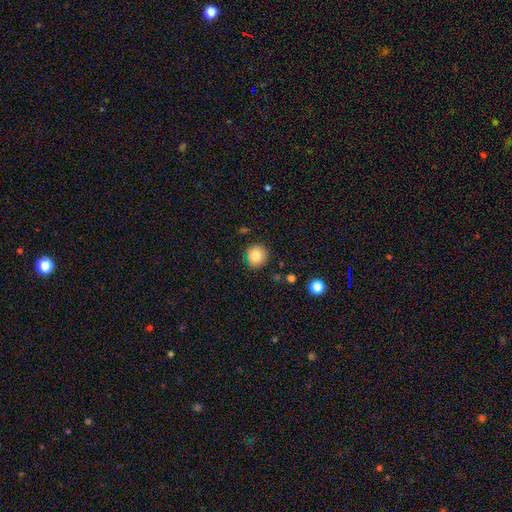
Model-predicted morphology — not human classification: A smooth galaxy with no disk features (83%) that is round (91%).

Vote fractions:
- Smooth or featured? smooth: 83% / star or artifact: 9% / featured or disk: 8%
- How rounded? round: 91% / in between: 8% / cigar-shaped: 1%
- Merging? none: 88% / minor disturbance: 9% / major disturbance: 2% / merger: 2%